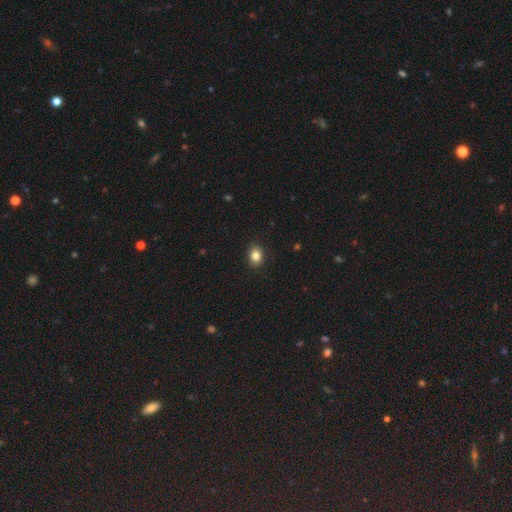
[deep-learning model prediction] Overall: smooth (84%). How rounded: in between (51%; round 48%). Merging: none (90%).